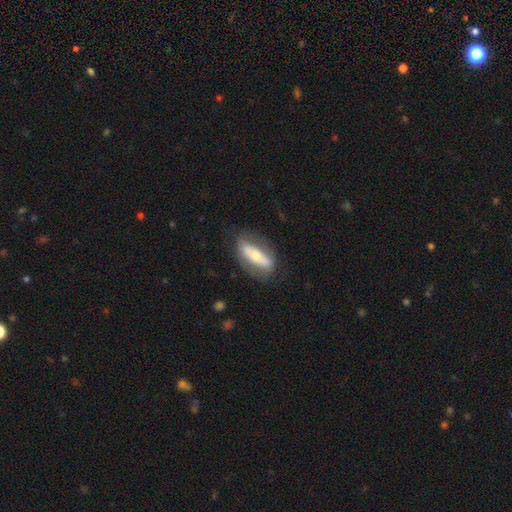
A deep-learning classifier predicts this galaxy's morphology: Smooth or featured: featured or disk — 49% (smooth — 45%)
Merging: none — 73% (minor disturbance — 17%)